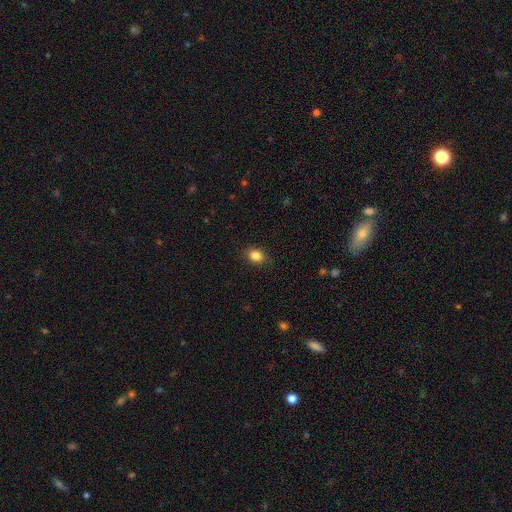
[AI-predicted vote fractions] Q: Smooth or featured?
A: smooth (86%); runner-up: star or artifact (10%)
Q: How rounded?
A: in between (59%); runner-up: round (40%)
Q: Merging?
A: none (87%); runner-up: minor disturbance (9%)